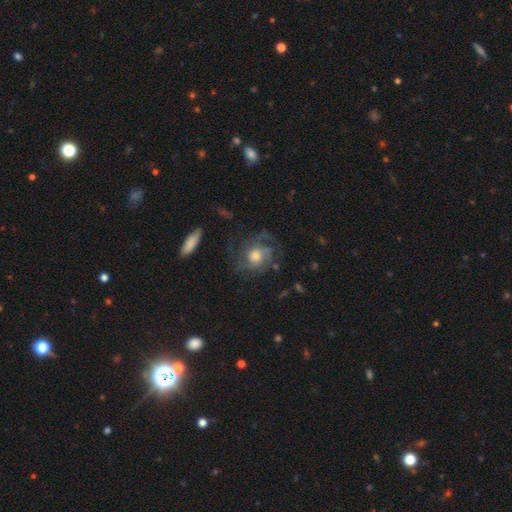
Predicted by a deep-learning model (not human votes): Q: Smooth or featured?
A: featured or disk (66%); runner-up: smooth (24%)
Q: Edge-on disk?
A: no (97%); runner-up: yes (3%)
Q: Bar?
A: no (77%); runner-up: weak (20%)
Q: Spiral arms?
A: yes (86%); runner-up: no (14%)
Q: Spiral winding?
A: tight (45%); runner-up: medium (39%)
Q: Spiral arm count?
A: can't tell (36%); runner-up: 2 (22%)
Q: Bulge size?
A: moderate (55%); runner-up: large (29%)
Q: Merging?
A: none (63%); runner-up: minor disturbance (18%)